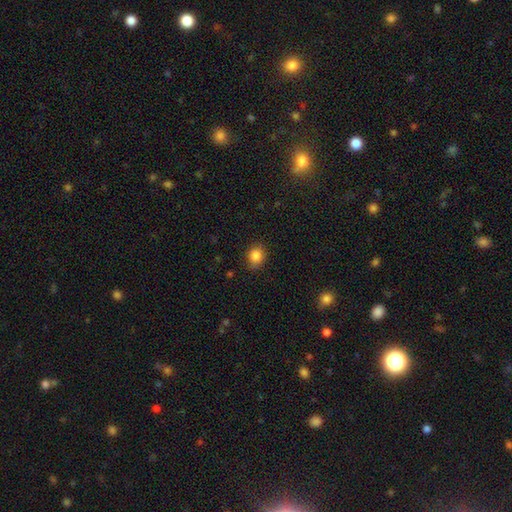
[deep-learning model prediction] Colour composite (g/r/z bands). It shows a smooth galaxy with no disk features (85%) that is round (59%). Merging: none (83%).